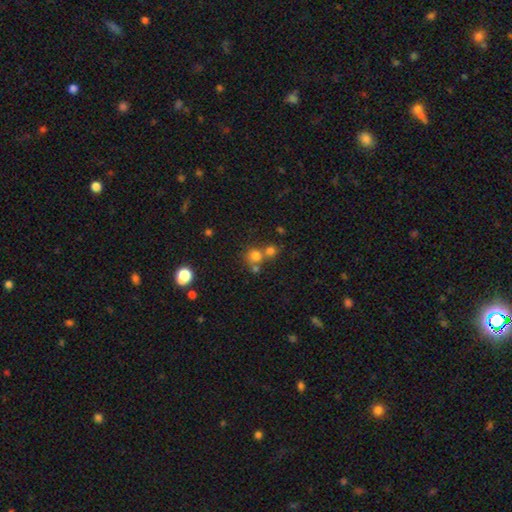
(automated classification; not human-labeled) Smooth or featured: smooth — 71% (star or artifact — 18%)
How rounded: round — 86% (in between — 13%)
Merging: none — 49% (merger — 40%)